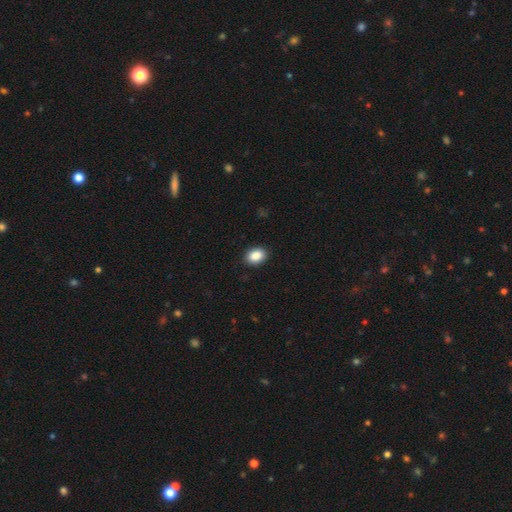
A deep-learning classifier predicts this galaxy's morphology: A smooth galaxy with no disk features (88%) that is in between round and cigar-shaped (74%). Merging: none (90%).